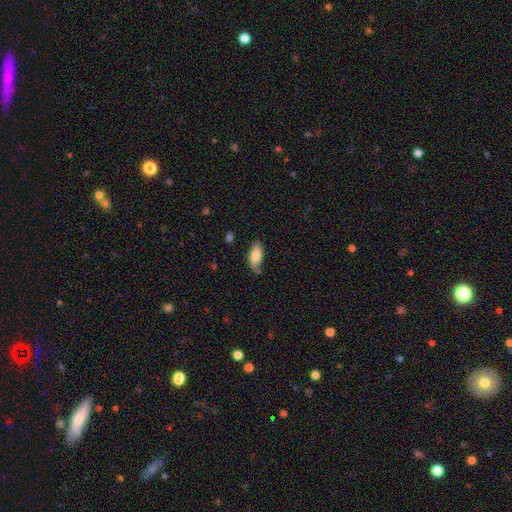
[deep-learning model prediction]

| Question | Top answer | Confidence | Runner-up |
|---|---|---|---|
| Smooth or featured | smooth | 78% | featured or disk (15%) |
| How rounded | in between | 85% | cigar-shaped (12%) |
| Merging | none | 69% | minor disturbance (23%) |